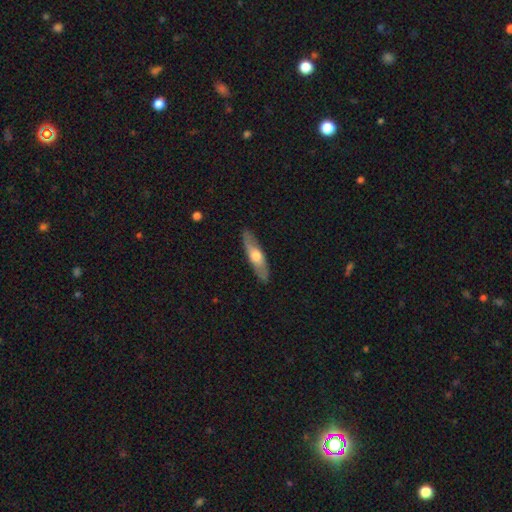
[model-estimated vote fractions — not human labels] Q: Smooth or featured?
A: smooth (49%); runner-up: featured or disk (46%)
Q: Merging?
A: none (87%); runner-up: minor disturbance (10%)